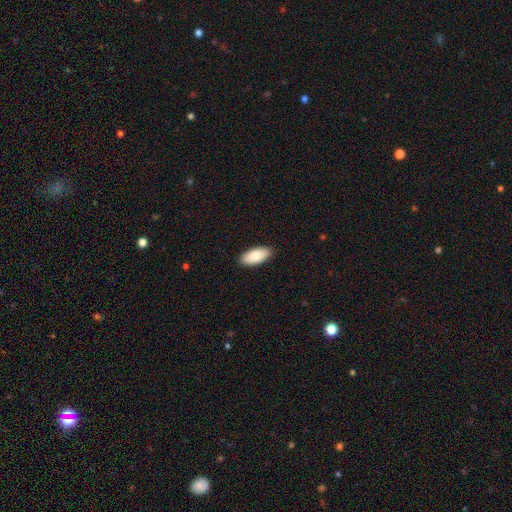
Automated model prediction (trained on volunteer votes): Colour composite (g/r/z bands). It shows a smooth galaxy with no disk features (82%) that is in between round and cigar-shaped (90%). Merging: none (90%).